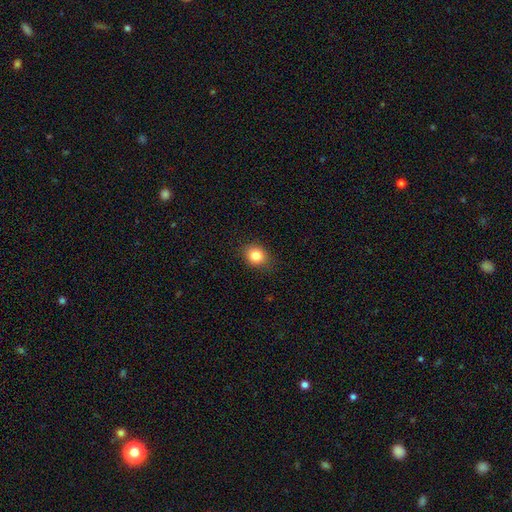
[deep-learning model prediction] A smooth galaxy with no disk features (84%) that is round (62%).

Vote fractions:
- Smooth or featured? smooth: 84% / star or artifact: 10% / featured or disk: 6%
- How rounded? round: 62% / in between: 38% / cigar-shaped: 1%
- Merging? none: 85% / minor disturbance: 12% / major disturbance: 3% / merger: 1%